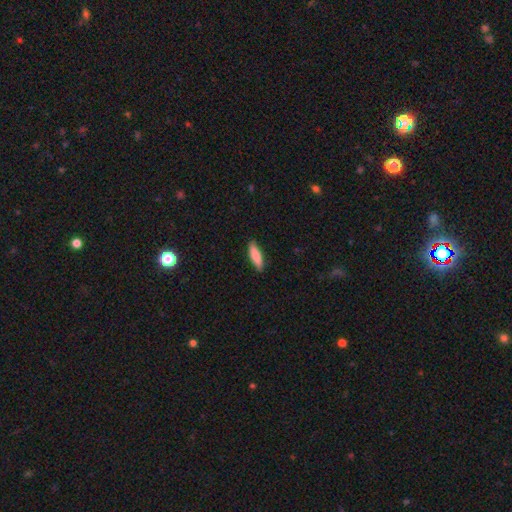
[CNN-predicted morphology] Smooth or featured?
  - smooth: 82% *
  - featured or disk: 12%
  - star or artifact: 6%
How rounded?
  - cigar-shaped: 56% *
  - in between: 42%
  - round: 2%
Merging?
  - none: 87% *
  - minor disturbance: 10%
  - major disturbance: 2%
  - merger: 1%